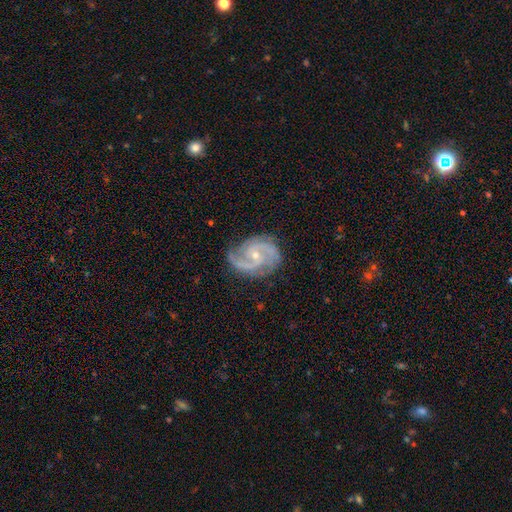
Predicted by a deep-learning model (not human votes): Smooth or featured?
  - featured or disk: 91% *
  - star or artifact: 5%
  - smooth: 4%
Edge-on disk?
  - no: 98% *
  - yes: 2%
Bar?
  - no: 58% *
  - weak: 34%
  - strong: 9%
Spiral arms?
  - yes: 98% *
  - no: 2%
Spiral winding?
  - medium: 54% *
  - tight: 34%
  - loose: 13%
Spiral arm count?
  - 2: 63% *
  - 3: 21%
  - can't tell: 6%
  - 4: 3%
  - 1: 3%
  - more than 4: 3%
Bulge size?
  - small: 66% *
  - moderate: 32%
  - none: 1%
  - large: 1%
  - dominant: 1%
Merging?
  - none: 75% *
  - minor disturbance: 18%
  - major disturbance: 6%
  - merger: 1%